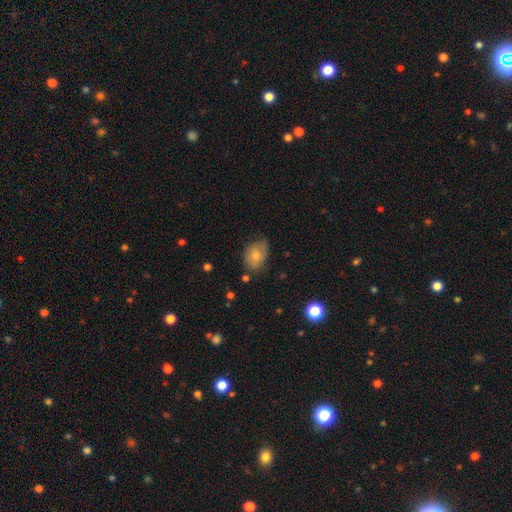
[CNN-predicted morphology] Smooth or featured? smooth (74%)
How rounded? in between (76%)
Merging? none (59%)